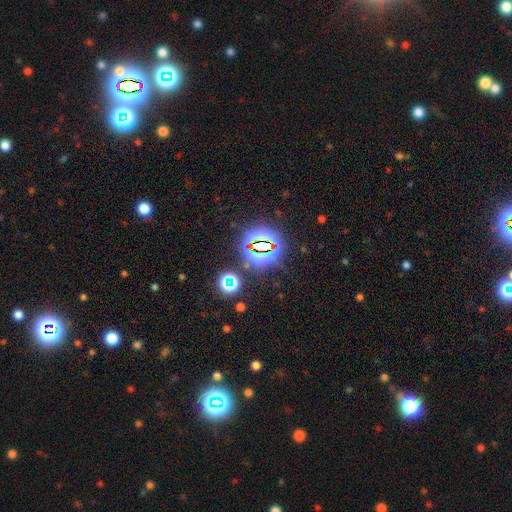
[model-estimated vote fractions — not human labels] Overall: star or artifact (80%).